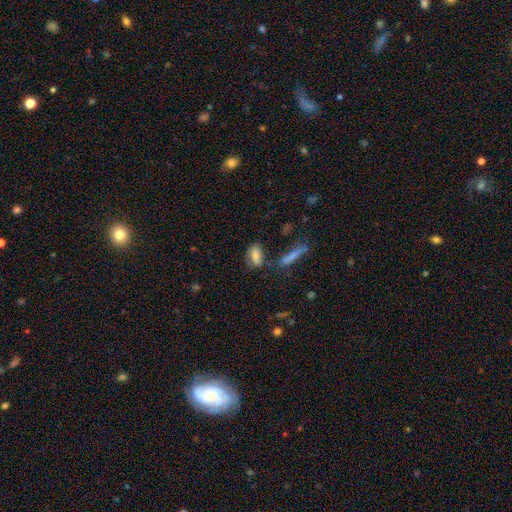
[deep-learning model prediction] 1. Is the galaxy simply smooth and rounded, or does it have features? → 74% smooth, 16% featured or disk, 9% star or artifact.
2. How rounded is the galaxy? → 81% in between, 14% cigar-shaped, 5% round.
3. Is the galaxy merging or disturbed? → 57% none, 21% minor disturbance, 12% merger, 9% major disturbance.